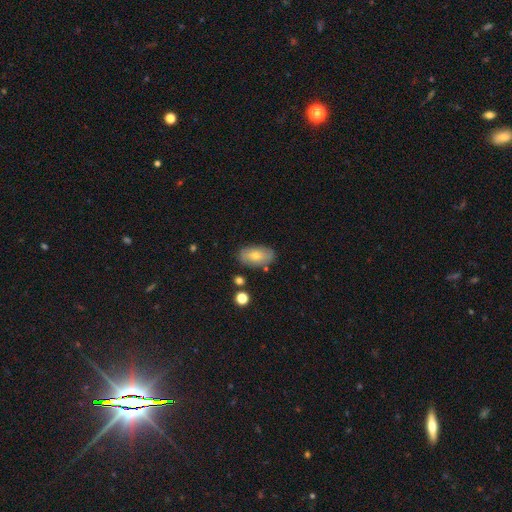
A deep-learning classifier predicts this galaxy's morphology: smooth-or-featured: smooth: 70% | featured or disk: 23% | star or artifact: 7%
  how-rounded: in between: 92% | round: 5% | cigar-shaped: 2%
  merging: none: 80% | minor disturbance: 14% | major disturbance: 3% | merger: 3%